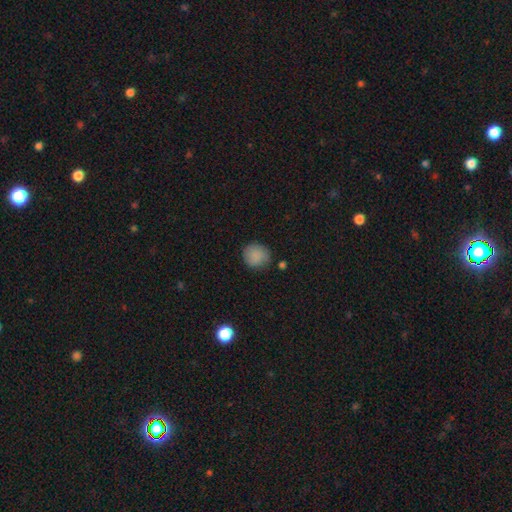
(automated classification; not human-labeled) smooth-or-featured: smooth: 87% | star or artifact: 9% | featured or disk: 5%
  how-rounded: round: 89% | in between: 10% | cigar-shaped: 1%
  merging: none: 80% | minor disturbance: 14% | major disturbance: 3% | merger: 2%